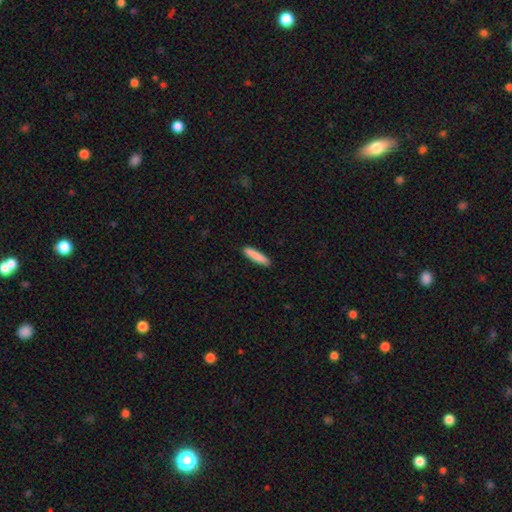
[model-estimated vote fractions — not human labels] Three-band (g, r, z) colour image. It shows a smooth galaxy with no disk features (87%) that is cigar-shaped (86%). Merging: none (91%).